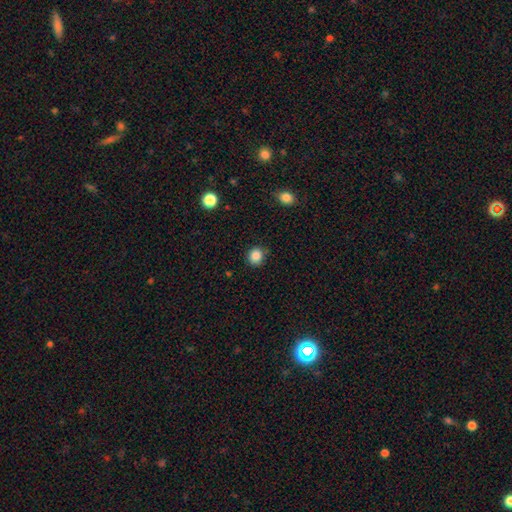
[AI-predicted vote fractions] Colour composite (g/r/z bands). It shows a smooth galaxy with no disk features (86%) that is round (83%). Merging: none (85%).